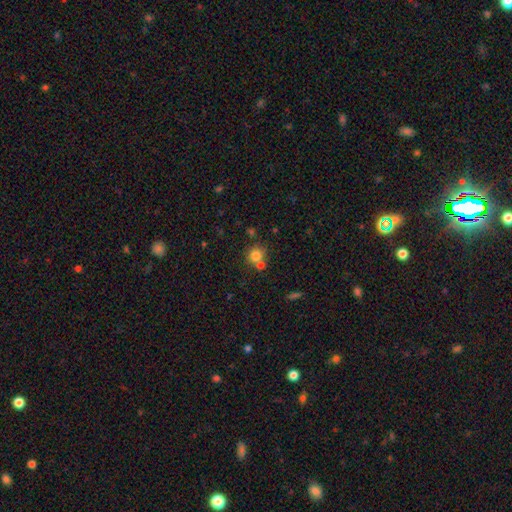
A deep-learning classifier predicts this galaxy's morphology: Smooth or featured? smooth (79%)
How rounded? round (87%)
Merging? none (58%)